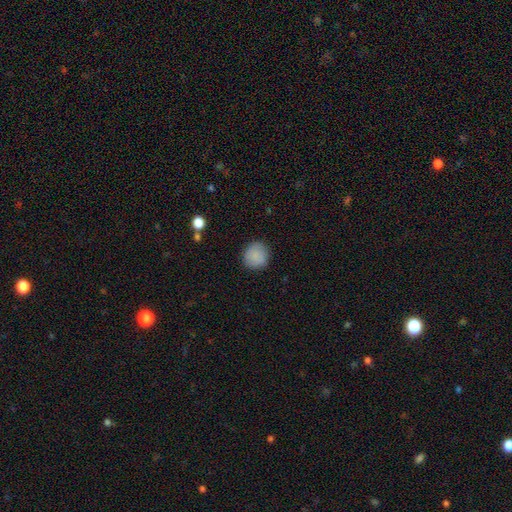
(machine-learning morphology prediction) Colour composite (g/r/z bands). It shows a smooth galaxy with no disk features (88%) that is round (90%). Merging: none (89%).